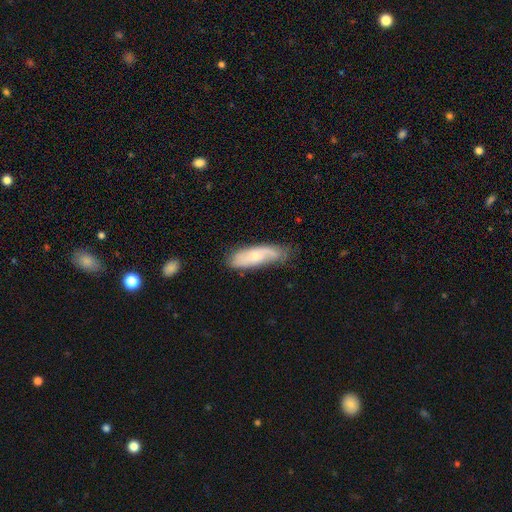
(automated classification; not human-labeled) This is possibly a smooth galaxy (52%). How rounded: likely in between (61%). Merging: likely none (61%).